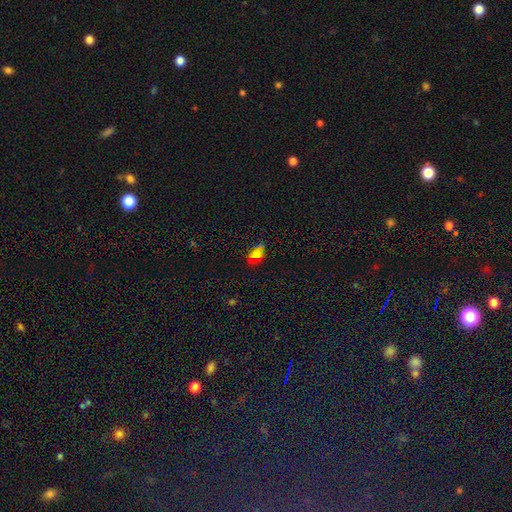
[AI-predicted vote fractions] This appears to be a smooth galaxy with no disk features (59%) that is in between round and cigar-shaped (83%). Merging: none (69%).